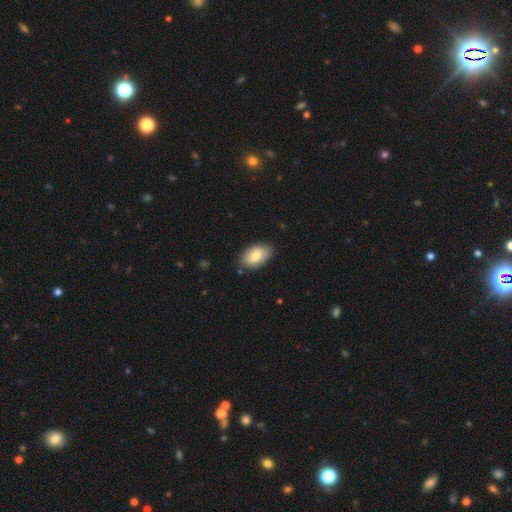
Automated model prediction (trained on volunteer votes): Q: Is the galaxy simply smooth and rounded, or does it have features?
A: smooth — 79%.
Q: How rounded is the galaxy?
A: in between — 93%.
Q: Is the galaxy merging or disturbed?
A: none — 84%.